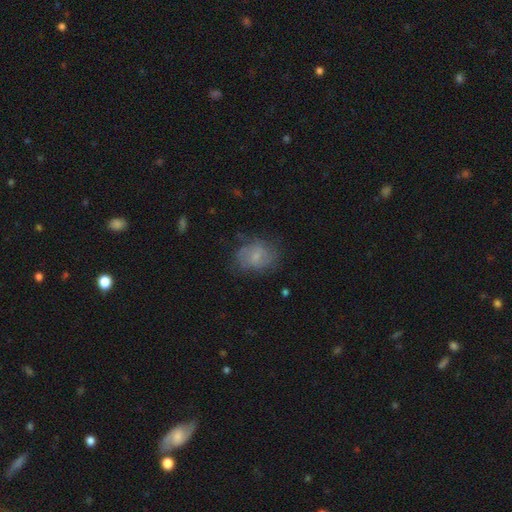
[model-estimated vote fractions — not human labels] Smooth or featured? Predicted: smooth (p=0.50). How rounded? Predicted: in between (p=0.60). Merging? Predicted: none (p=0.63).